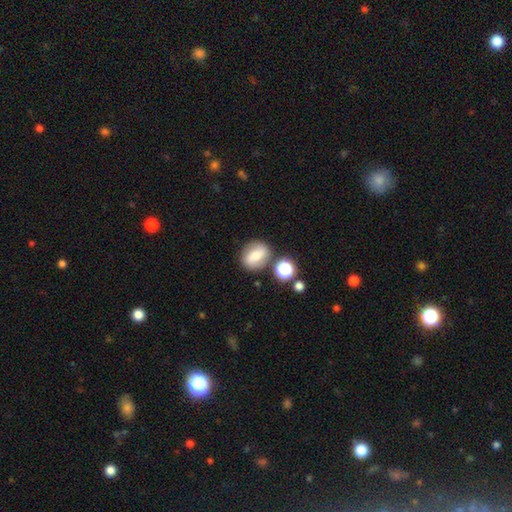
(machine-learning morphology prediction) smooth-or-featured: smooth: 55% | featured or disk: 34% | star or artifact: 11%
  how-rounded: round: 62% | in between: 36% | cigar-shaped: 2%
  merging: none: 73% | minor disturbance: 12% | merger: 11% | major disturbance: 4%